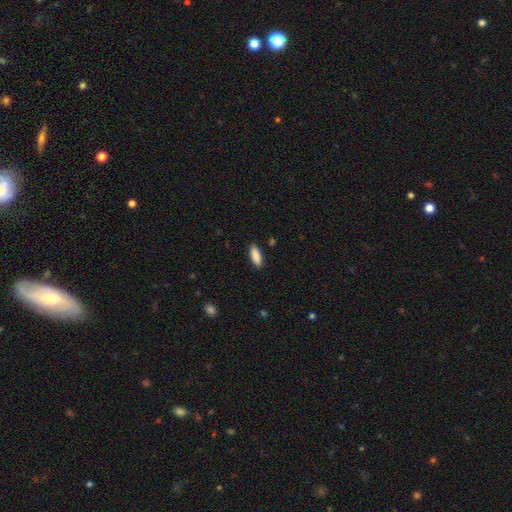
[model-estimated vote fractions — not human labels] smooth 90%, star or artifact 6%, featured or disk 4%. Down the decision tree: how rounded — in between (68%); merging — none (89%).